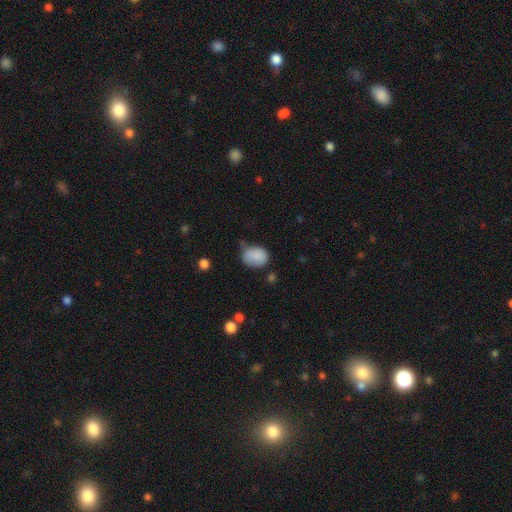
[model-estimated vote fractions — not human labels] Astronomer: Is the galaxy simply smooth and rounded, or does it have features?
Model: smooth — 85%.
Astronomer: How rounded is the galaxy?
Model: in between — 64%.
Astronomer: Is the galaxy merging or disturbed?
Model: none — 56%.